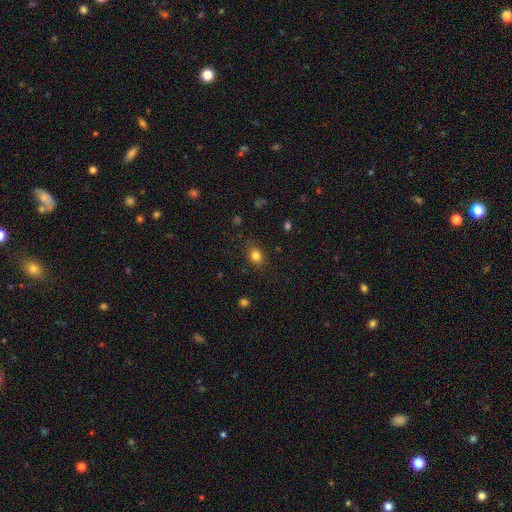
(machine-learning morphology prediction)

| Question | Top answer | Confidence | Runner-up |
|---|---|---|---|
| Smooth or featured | smooth | 82% | star or artifact (12%) |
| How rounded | round | 51% | in between (48%) |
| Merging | none | 81% | minor disturbance (13%) |